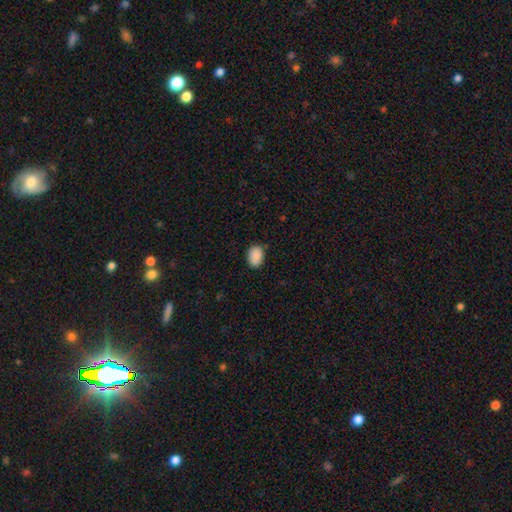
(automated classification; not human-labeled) This is clearly a smooth galaxy (88%). How rounded: likely in between (73%). Merging: likely none (77%).